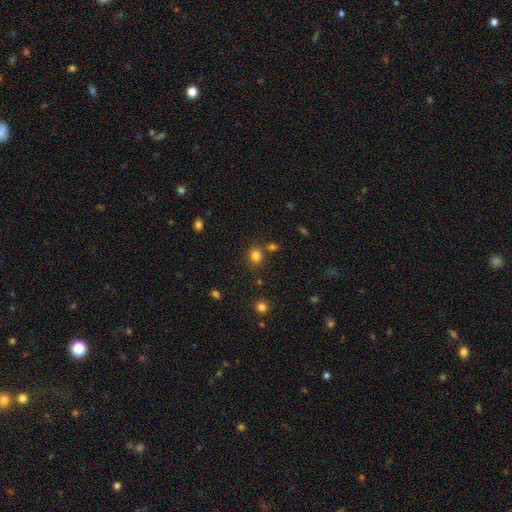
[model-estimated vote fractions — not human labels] A smooth galaxy with no disk features (81%) that is round (69%). Merging: none (76%).